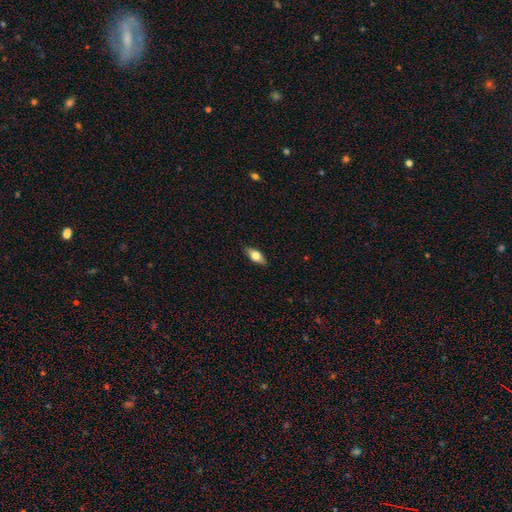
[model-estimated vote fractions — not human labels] Q: Smooth or featured?
A: smooth (63%); runner-up: featured or disk (31%)
Q: How rounded?
A: in between (79%); runner-up: cigar-shaped (17%)
Q: Merging?
A: none (88%); runner-up: minor disturbance (9%)